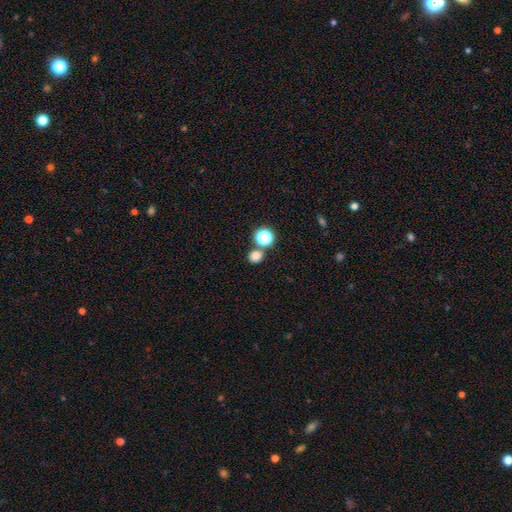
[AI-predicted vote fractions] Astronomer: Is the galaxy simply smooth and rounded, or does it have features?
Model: smooth — 78%.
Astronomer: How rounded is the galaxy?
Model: round — 80%.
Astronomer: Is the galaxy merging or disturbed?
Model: none — 72%.